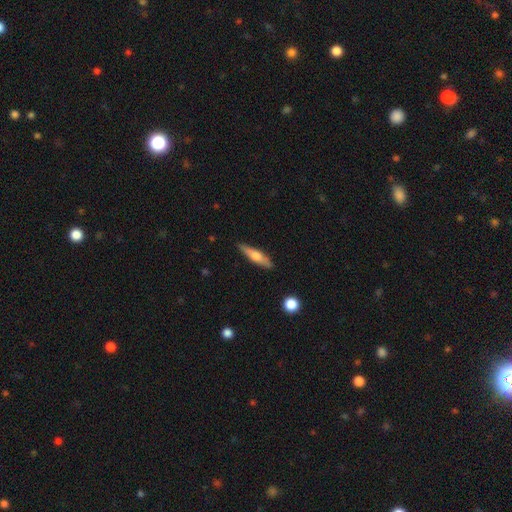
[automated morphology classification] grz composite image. It shows a smooth galaxy with no disk features (51%) that is cigar-shaped (78%). Merging: none (87%).